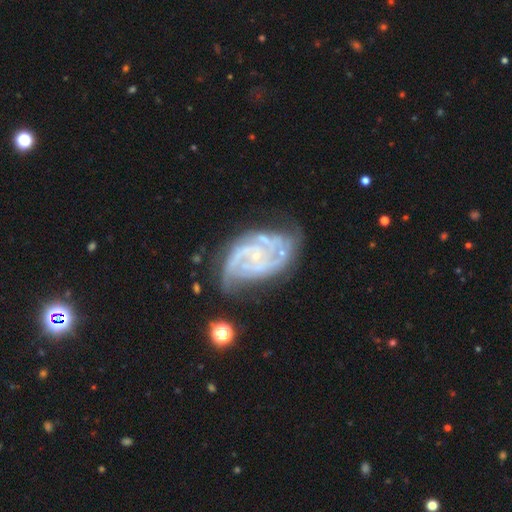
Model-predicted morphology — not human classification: Smooth or featured?
  - featured or disk: 88% *
  - star or artifact: 6%
  - smooth: 6%
Edge-on disk?
  - no: 97% *
  - yes: 3%
Bar?
  - no: 65% *
  - weak: 28%
  - strong: 7%
Spiral arms?
  - yes: 95% *
  - no: 5%
Spiral winding?
  - tight: 49% *
  - medium: 41%
  - loose: 11%
Spiral arm count?
  - 3: 27% * (tied)
  - 2: 27% * (tied)
  - can't tell: 22%
  - 4: 12%
  - more than 4: 6%
  - 1: 6%
Bulge size?
  - small: 80% *
  - moderate: 12%
  - none: 6%
  - large: 1%
  - dominant: 1%
Merging?
  - none: 51% *
  - minor disturbance: 27%
  - major disturbance: 17%
  - merger: 4%